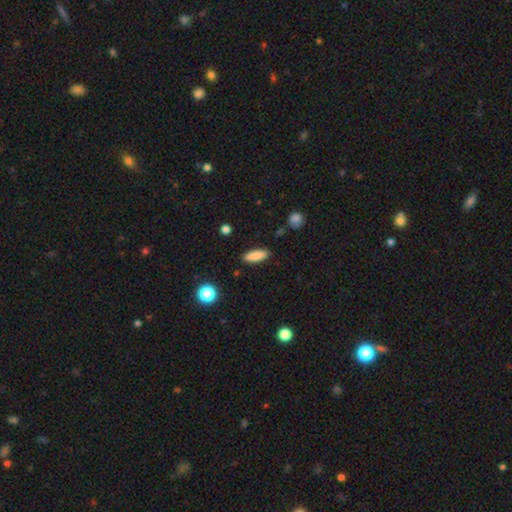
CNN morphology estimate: Smooth or featured? Predicted: smooth (p=0.85). How rounded? Predicted: in between (p=0.54). Merging? Predicted: none (p=0.88).